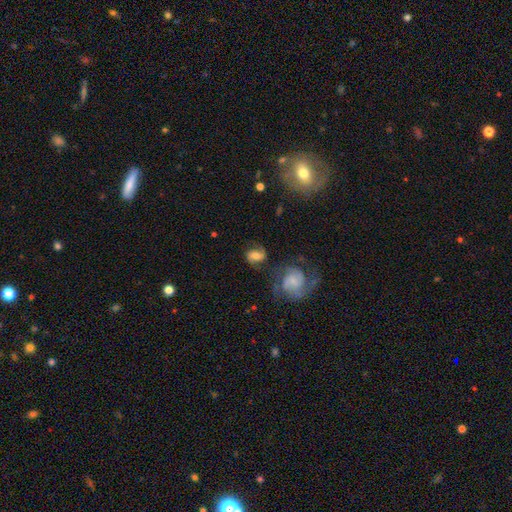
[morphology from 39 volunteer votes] Smooth or featured? 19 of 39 (49%) said featured or disk. Edge-on disk? 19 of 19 (100%) said no. Bar? 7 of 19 (37%, tied with no) said strong. Spiral arms? 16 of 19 (84%) said yes. Spiral winding? 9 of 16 (56%) said medium. Spiral arm count? 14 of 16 (88%) said 2. Bulge size? 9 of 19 (47%) said moderate. Merging? 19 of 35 (54%) said none.